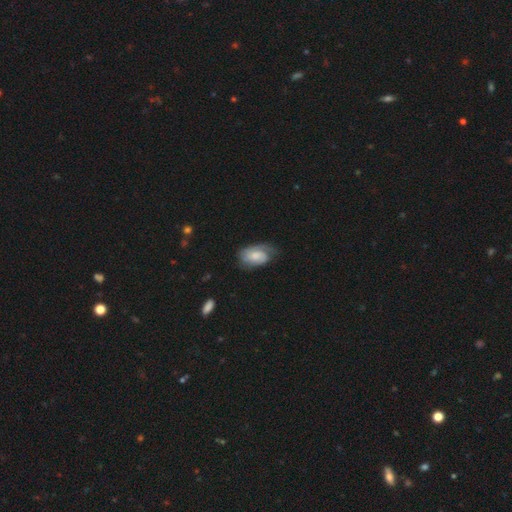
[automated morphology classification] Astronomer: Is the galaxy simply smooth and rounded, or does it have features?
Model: featured or disk — 54% (runner-up: smooth, 39%).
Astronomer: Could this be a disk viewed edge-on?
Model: no — 96%.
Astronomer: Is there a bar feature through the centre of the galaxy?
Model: no — 62%.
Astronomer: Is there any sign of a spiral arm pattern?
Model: yes — 86%.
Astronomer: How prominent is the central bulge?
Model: moderate — 37% (runner-up: small, 29%).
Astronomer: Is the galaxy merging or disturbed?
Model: none — 55%.